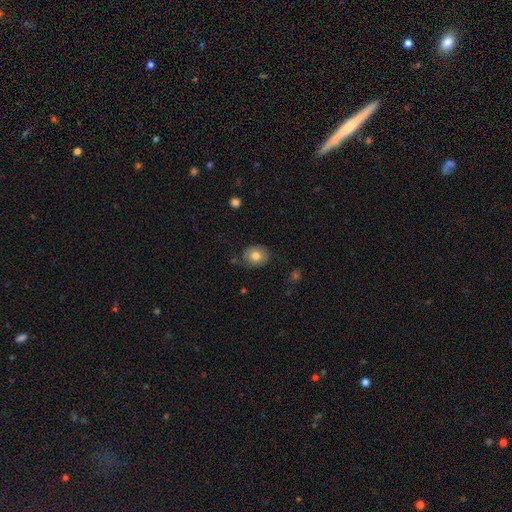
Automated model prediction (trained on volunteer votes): smooth_or_featured: smooth (p=0.76) [alt: featured or disk p=0.16]
how_rounded: round (p=0.60) [alt: in between p=0.40]
merging: none (p=0.74) [alt: minor disturbance p=0.19]